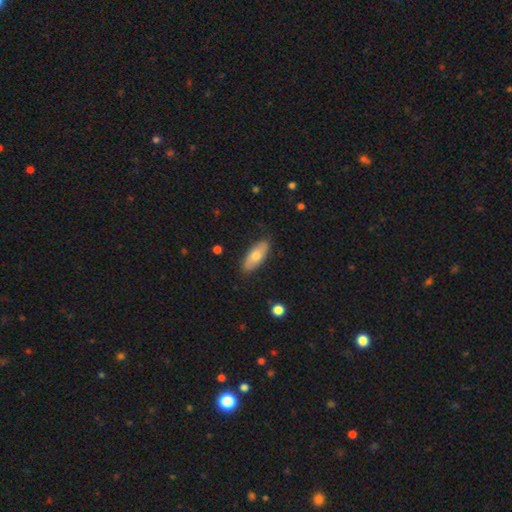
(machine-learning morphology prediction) This appears to be a smooth galaxy with no disk features (68%) that is in between round and cigar-shaped (79%). Merging: none (83%).